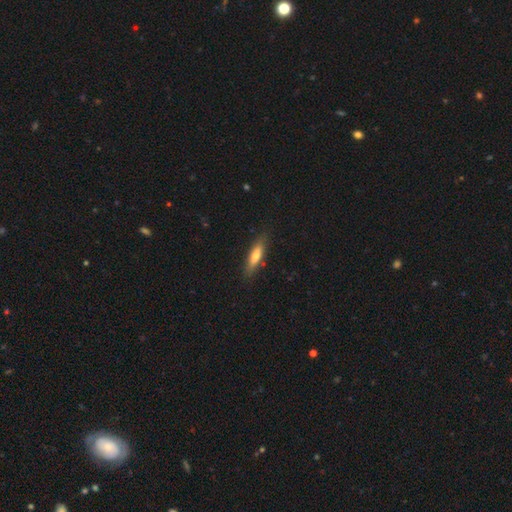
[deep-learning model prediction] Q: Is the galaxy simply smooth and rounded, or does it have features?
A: smooth — 63%.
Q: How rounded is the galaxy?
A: cigar-shaped — 70%.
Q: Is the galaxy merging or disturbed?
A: none — 83%.